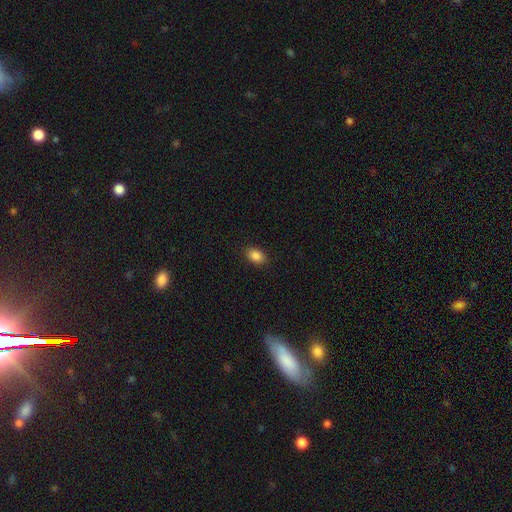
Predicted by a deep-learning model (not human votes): Smooth or featured?
  - smooth: 87% *
  - star or artifact: 9%
  - featured or disk: 4%
How rounded?
  - in between: 82% *
  - round: 17%
  - cigar-shaped: 1%
Merging?
  - none: 89% *
  - minor disturbance: 8%
  - major disturbance: 2%
  - merger: 1%